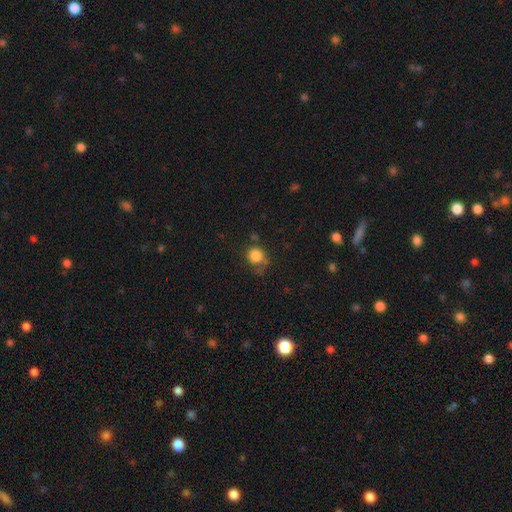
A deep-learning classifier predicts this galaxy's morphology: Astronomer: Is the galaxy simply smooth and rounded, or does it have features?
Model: smooth — 84%.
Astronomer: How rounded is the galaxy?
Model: round — 84%.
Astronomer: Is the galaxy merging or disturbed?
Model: none — 61%.